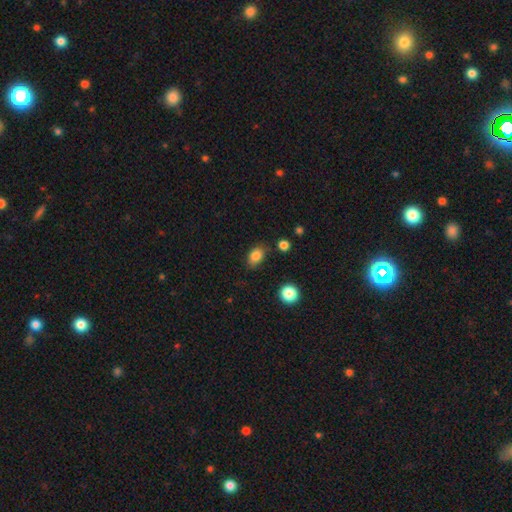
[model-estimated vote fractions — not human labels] Smooth or featured?
  - smooth: 84% *
  - star or artifact: 9%
  - featured or disk: 7%
How rounded?
  - in between: 80% *
  - round: 19%
  - cigar-shaped: 2%
Merging?
  - none: 77% *
  - minor disturbance: 17%
  - major disturbance: 4%
  - merger: 3%